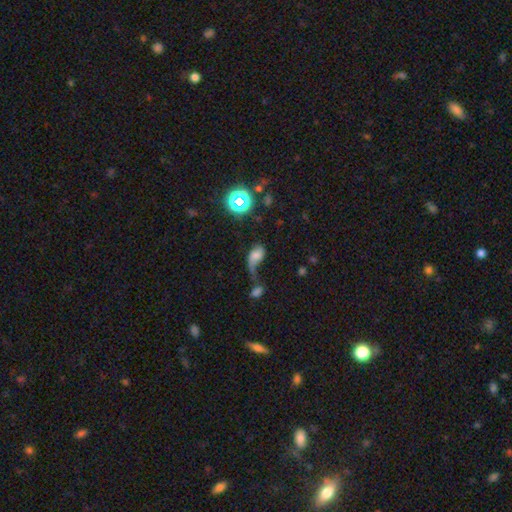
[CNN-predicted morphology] The model was most divided on "merging": major disturbance: 40%, minor disturbance: 21%, merger: 20%, none: 19%. More confident: how rounded — in between (82%); smooth or featured — smooth (57%).